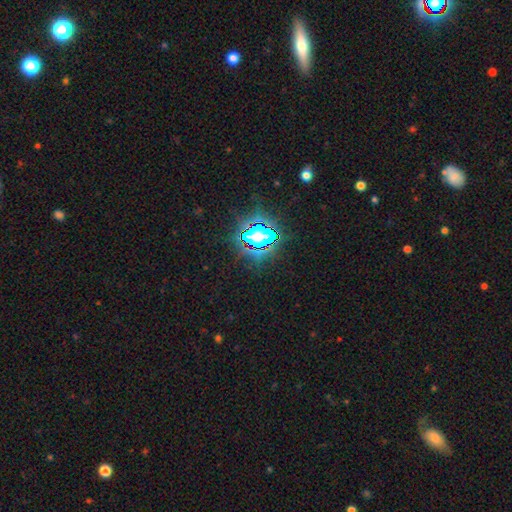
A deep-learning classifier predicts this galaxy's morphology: star or artifact 81%, smooth 11%, featured or disk 8%.